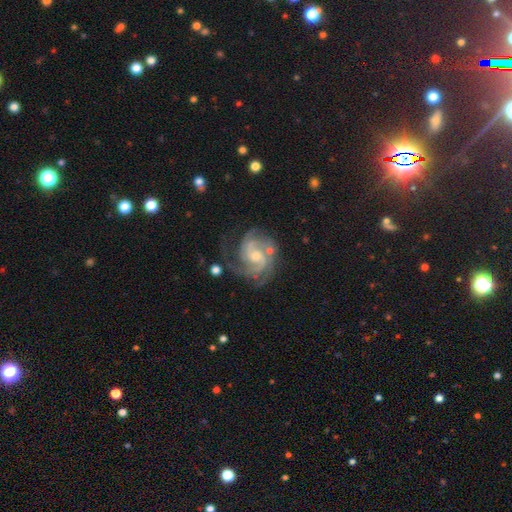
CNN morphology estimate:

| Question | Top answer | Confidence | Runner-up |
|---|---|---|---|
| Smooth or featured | featured or disk | 90% | star or artifact (5%) |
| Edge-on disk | no | 98% | yes (2%) |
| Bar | no | 53% | weak (40%) |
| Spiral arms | yes | 98% | no (2%) |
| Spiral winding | tight | 51% | medium (41%) |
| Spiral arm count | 2 | 41% | 3 (32%) |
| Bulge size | moderate | 47% | tied: small (47%) |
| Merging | none | 64% | minor disturbance (20%) |